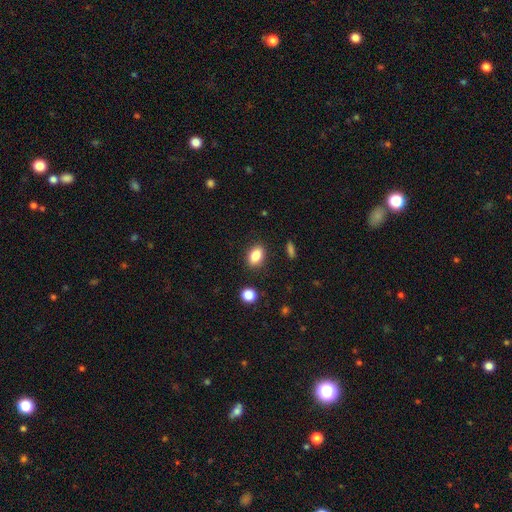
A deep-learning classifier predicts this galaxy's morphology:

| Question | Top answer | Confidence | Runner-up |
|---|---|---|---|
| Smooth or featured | smooth | 86% | star or artifact (9%) |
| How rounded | in between | 85% | round (12%) |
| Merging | none | 86% | minor disturbance (9%) |